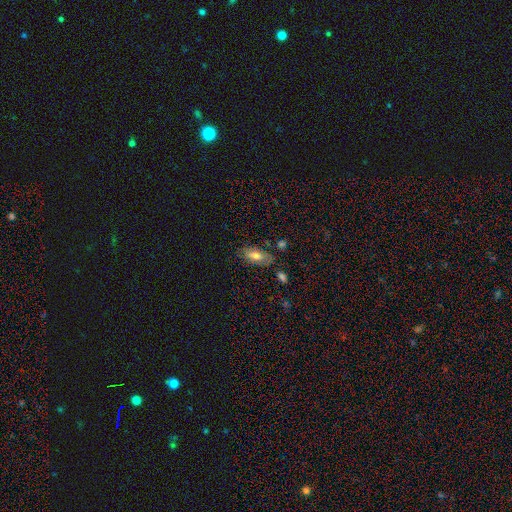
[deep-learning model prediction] Smooth or featured? Predicted: smooth (p=0.68). How rounded? Predicted: in between (p=0.85). Merging? Predicted: none (p=0.75).